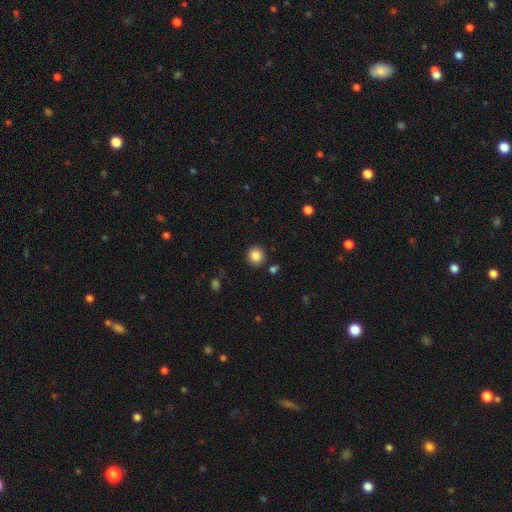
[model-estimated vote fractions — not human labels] A smooth galaxy with no disk features (86%) that is round (93%).

Vote fractions:
- Smooth or featured? smooth: 86% / star or artifact: 10% / featured or disk: 4%
- How rounded? round: 93% / in between: 7% / cigar-shaped: 1%
- Merging? none: 88% / minor disturbance: 7% / merger: 3% / major disturbance: 2%